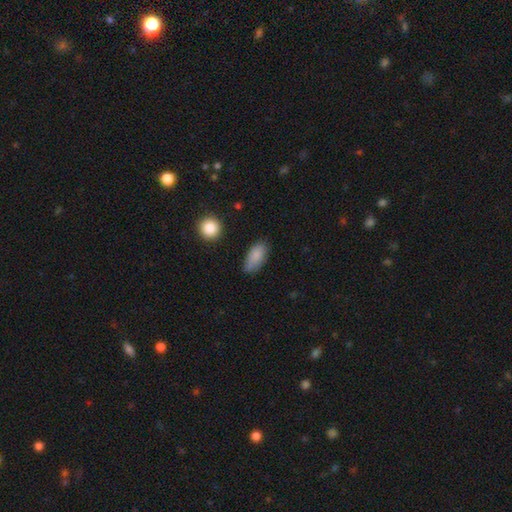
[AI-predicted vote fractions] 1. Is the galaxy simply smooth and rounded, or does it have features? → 85% smooth, 8% featured or disk, 7% star or artifact.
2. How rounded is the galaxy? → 90% in between, 7% cigar-shaped, 3% round.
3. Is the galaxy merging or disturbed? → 69% none, 24% minor disturbance, 5% major disturbance, 2% merger.